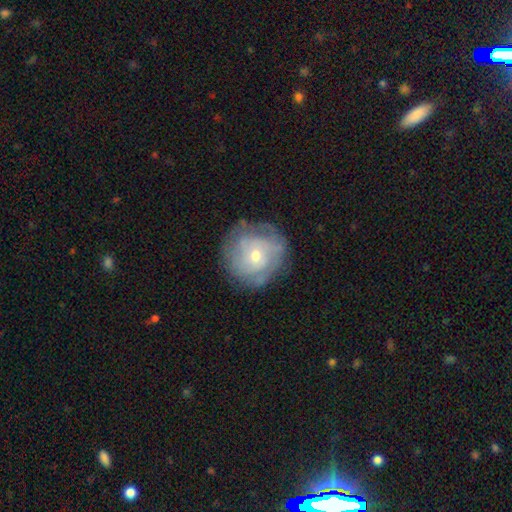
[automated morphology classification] type=featured or disk (64%); edge-on=no (97%); bar=no (81%); spiral arms=yes (72%); bulge=moderate (49%); merging=none (72%).